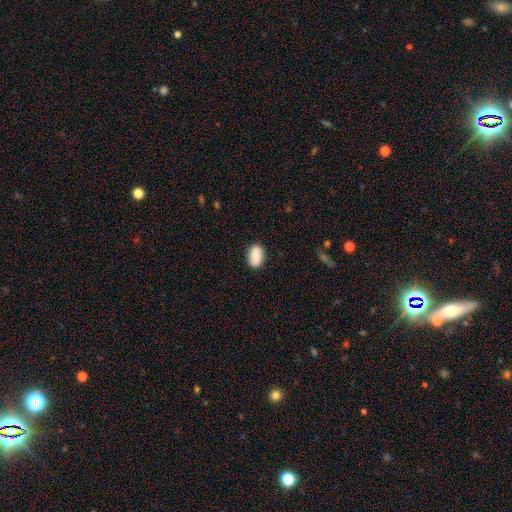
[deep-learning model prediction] Smooth or featured?
  - smooth: 62% *
  - featured or disk: 30%
  - star or artifact: 8%
How rounded?
  - in between: 85% *
  - round: 13%
  - cigar-shaped: 2%
Merging?
  - none: 81% *
  - minor disturbance: 14%
  - major disturbance: 3%
  - merger: 2%